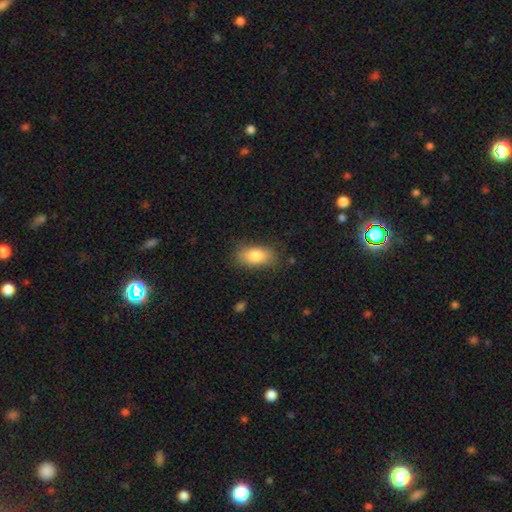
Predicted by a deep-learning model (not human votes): Smooth or featured?
  - smooth: 83% *
  - featured or disk: 10%
  - star or artifact: 7%
How rounded?
  - in between: 89% *
  - cigar-shaped: 6%
  - round: 5%
Merging?
  - none: 80% *
  - minor disturbance: 15%
  - major disturbance: 4%
  - merger: 1%